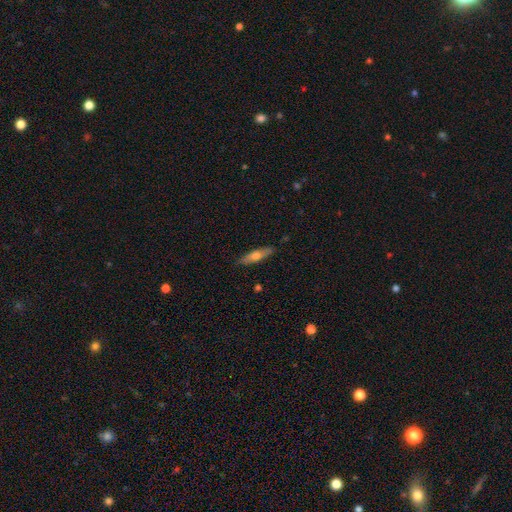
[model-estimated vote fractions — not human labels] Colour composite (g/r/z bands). It shows a smooth galaxy with no disk features (54%) that is cigar-shaped (77%). Merging: none (88%).